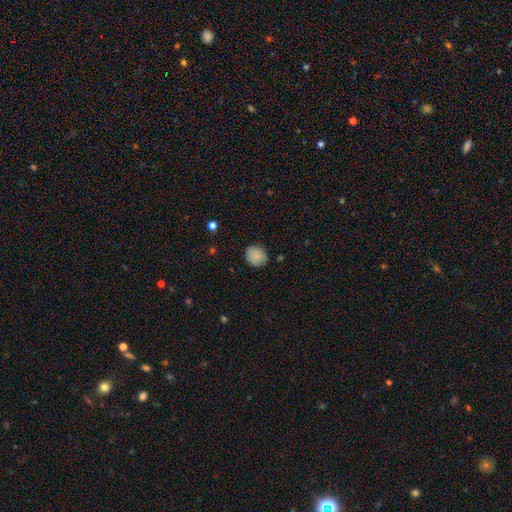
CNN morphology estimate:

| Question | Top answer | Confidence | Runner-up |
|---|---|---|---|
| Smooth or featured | smooth | 85% | star or artifact (8%) |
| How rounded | round | 76% | in between (23%) |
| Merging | none | 82% | minor disturbance (14%) |